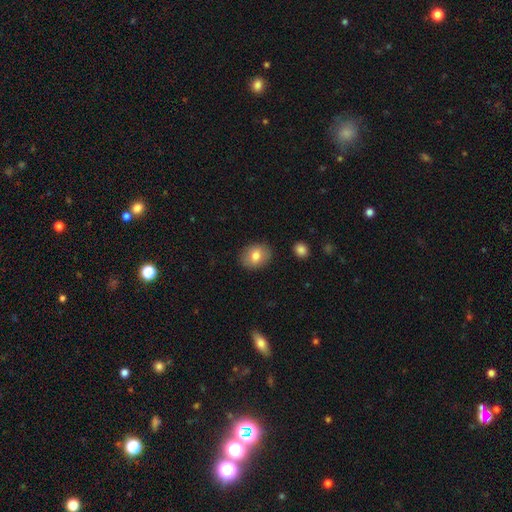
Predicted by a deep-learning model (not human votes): The model was most divided on "how rounded": in between: 53%, round: 46%, cigar-shaped: 1%. More confident: merging — none (87%); smooth or featured — smooth (77%).